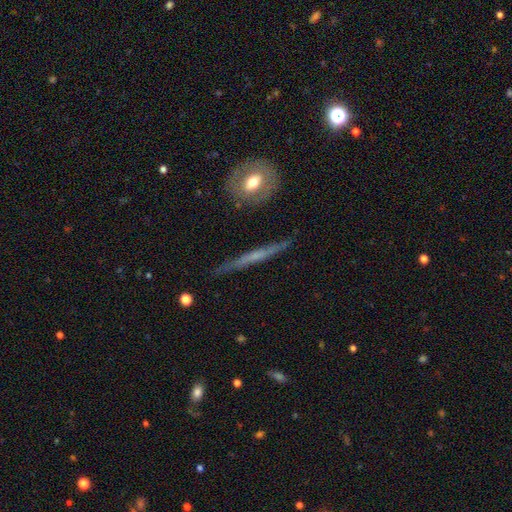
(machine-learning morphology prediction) smooth_or_featured: featured or disk (p=0.61) [alt: smooth p=0.31]
disk_edge_on: yes (p=0.93) [alt: no p=0.07]
edge_on_bulge: none (p=0.70) [alt: rounded p=0.21]
merging: none (p=0.85) [alt: minor disturbance p=0.11]